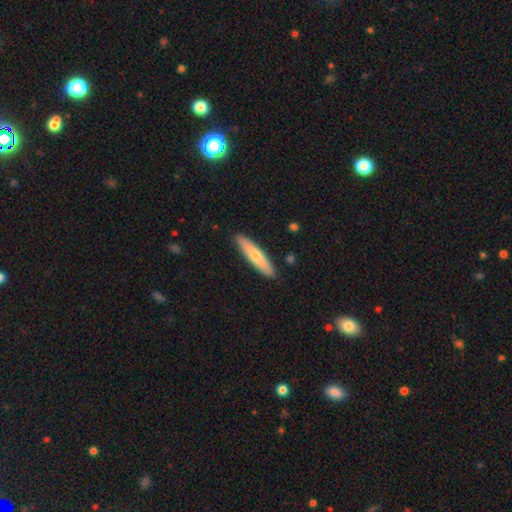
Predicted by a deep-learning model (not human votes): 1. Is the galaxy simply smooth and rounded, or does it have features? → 69% smooth, 26% featured or disk, 5% star or artifact.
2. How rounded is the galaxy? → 84% cigar-shaped, 15% in between, 1% round.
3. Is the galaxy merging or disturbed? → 89% none, 8% minor disturbance, 2% major disturbance, 1% merger.